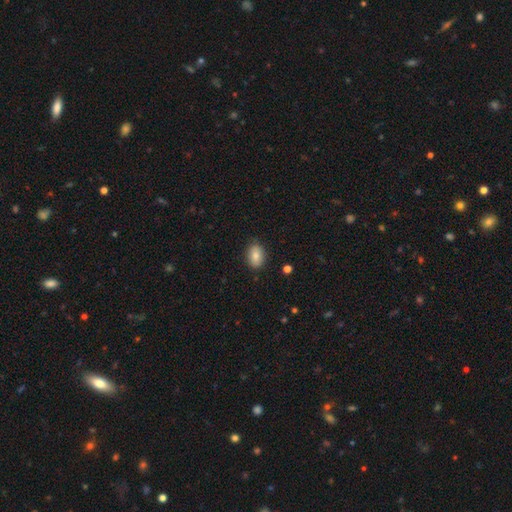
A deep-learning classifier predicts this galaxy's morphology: Overall: smooth (82%). How rounded: in between (83%). Merging: none (84%).